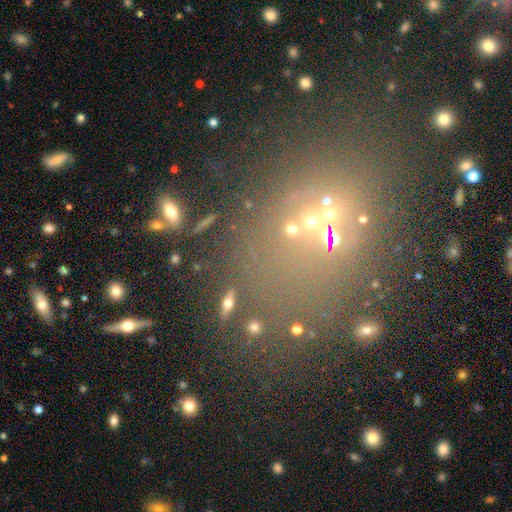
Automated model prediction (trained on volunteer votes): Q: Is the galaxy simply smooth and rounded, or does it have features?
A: star or artifact — 56%.